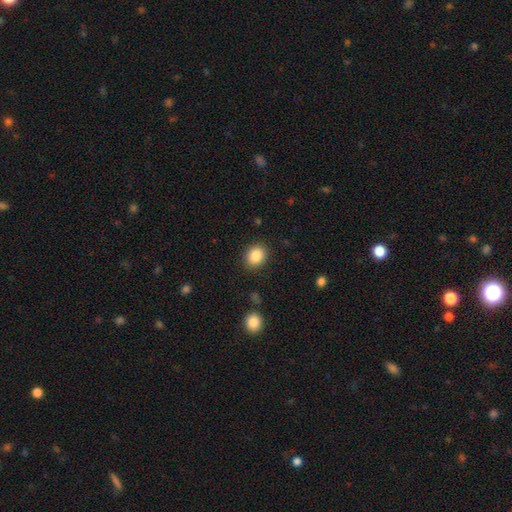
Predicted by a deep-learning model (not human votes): The model was most divided on "how rounded": round: 60%, in between: 40%, cigar-shaped: 1%. More confident: merging — none (89%); smooth or featured — smooth (86%).